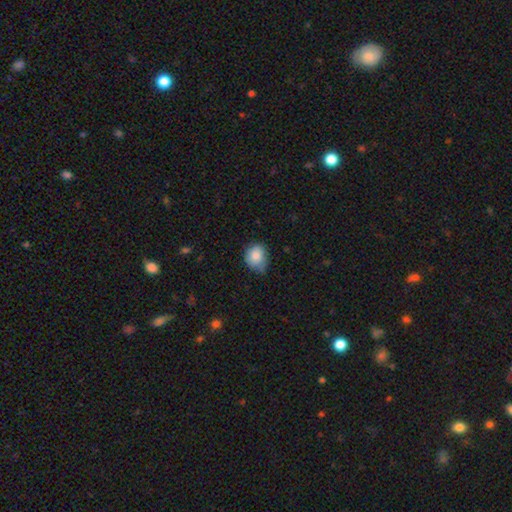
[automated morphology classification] Smooth or featured? smooth (82%)
How rounded? round (67%)
Merging? none (51%)